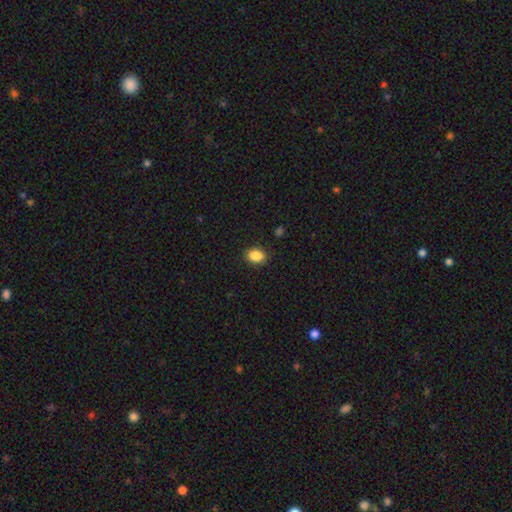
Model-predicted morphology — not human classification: A smooth galaxy with no disk features (88%) that is in between round and cigar-shaped (78%).

Vote fractions:
- Smooth or featured? smooth: 88% / star or artifact: 9% / featured or disk: 4%
- How rounded? in between: 78% / round: 20% / cigar-shaped: 1%
- Merging? none: 88% / minor disturbance: 9% / major disturbance: 2% / merger: 1%